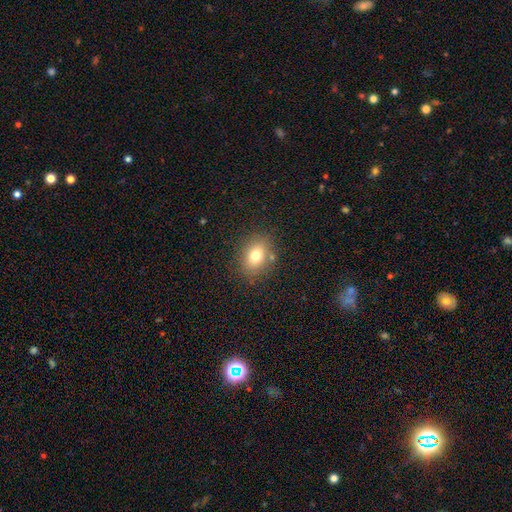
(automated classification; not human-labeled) This appears to be a smooth galaxy with no disk features (75%) that is in between round and cigar-shaped (59%). Merging: none (80%).